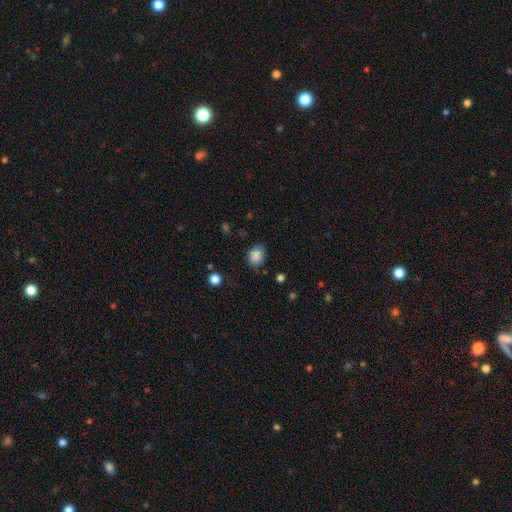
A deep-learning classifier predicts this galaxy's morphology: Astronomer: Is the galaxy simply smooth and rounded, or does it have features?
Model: smooth — 86%.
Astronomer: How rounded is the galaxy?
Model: round — 56% (runner-up: in between, 43%).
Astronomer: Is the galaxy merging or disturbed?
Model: none — 79%.